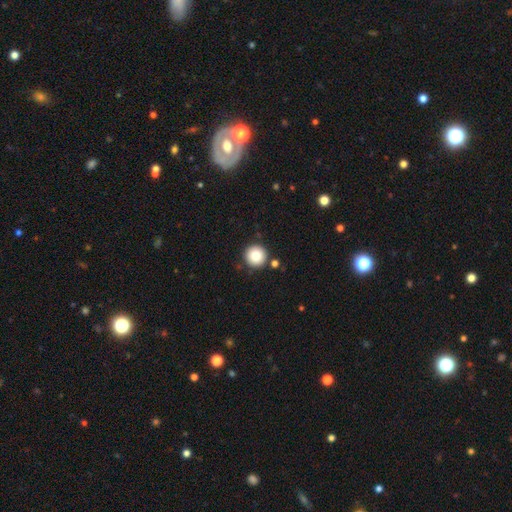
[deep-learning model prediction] Q: Smooth or featured?
A: smooth (85%); runner-up: star or artifact (9%)
Q: How rounded?
A: round (96%); runner-up: in between (3%)
Q: Merging?
A: none (86%); runner-up: minor disturbance (7%)